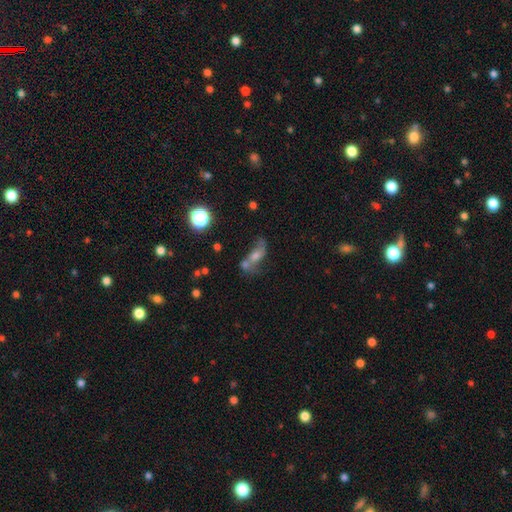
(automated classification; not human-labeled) This appears to be a featured or disk galaxy (44%). Merging: merger (36%).